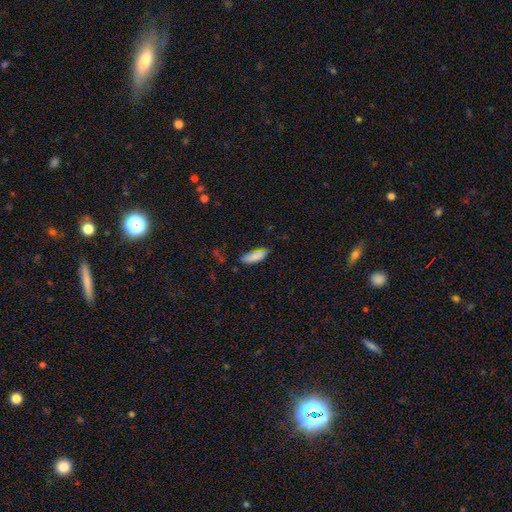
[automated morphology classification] The model was most divided on "how rounded": in between: 68%, cigar-shaped: 31%, round: 2%. More confident: smooth or featured — smooth (86%); merging — none (72%).